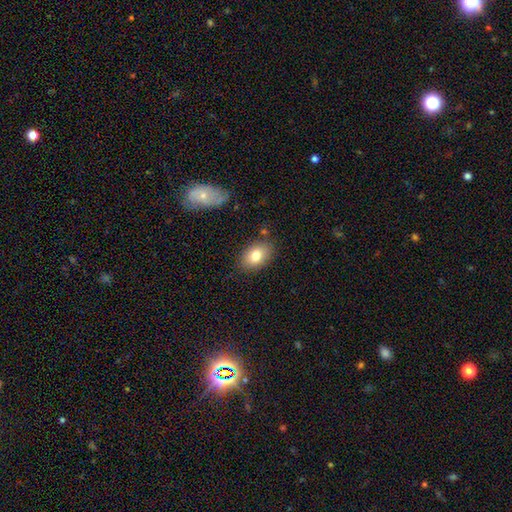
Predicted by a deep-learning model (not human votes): smooth_or_featured: smooth (p=0.80) [alt: featured or disk p=0.12]
how_rounded: in between (p=0.86) [alt: round p=0.13]
merging: none (p=0.82) [alt: minor disturbance p=0.12]